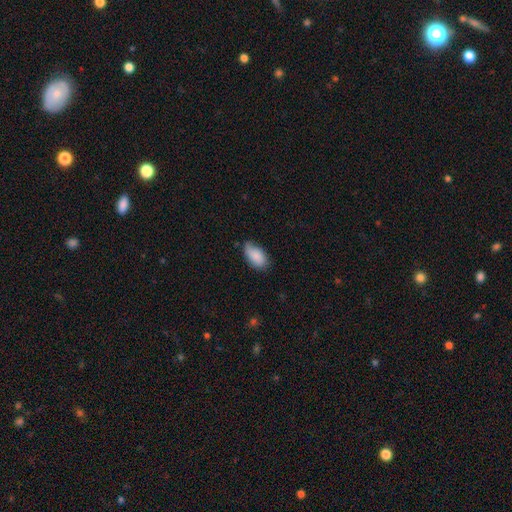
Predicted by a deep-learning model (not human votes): smooth-or-featured: smooth: 86% | featured or disk: 8% | star or artifact: 7%
  how-rounded: in between: 94% | round: 4% | cigar-shaped: 3%
  merging: none: 60% | minor disturbance: 32% | major disturbance: 6% | merger: 2%